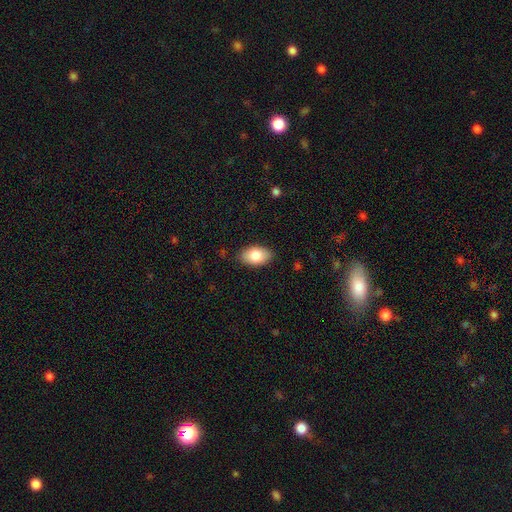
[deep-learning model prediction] A smooth galaxy with no disk features (82%) that is in between round and cigar-shaped (93%). Merging: none (86%).